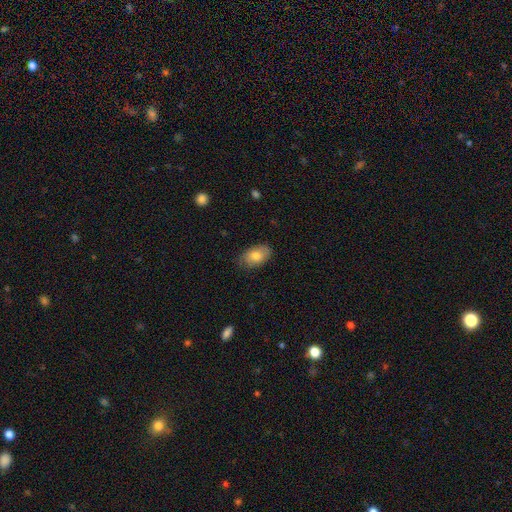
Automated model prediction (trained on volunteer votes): This appears to be a smooth galaxy with no disk features (78%) that is in between round and cigar-shaped (91%). Merging: none (78%).